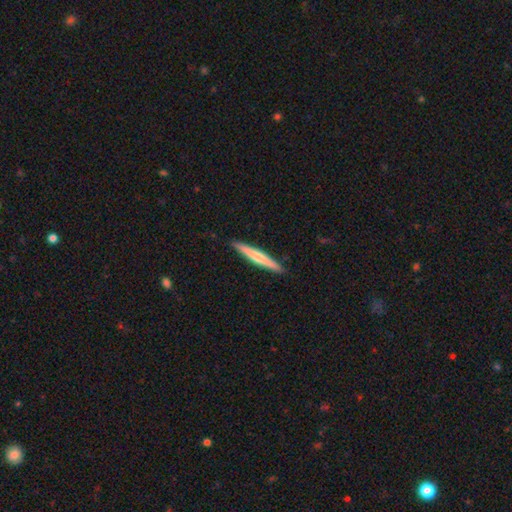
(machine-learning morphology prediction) smooth-or-featured: smooth: 49% | featured or disk: 46% | star or artifact: 5%
  merging: none: 92% | minor disturbance: 6% | major disturbance: 1% | merger: 1%